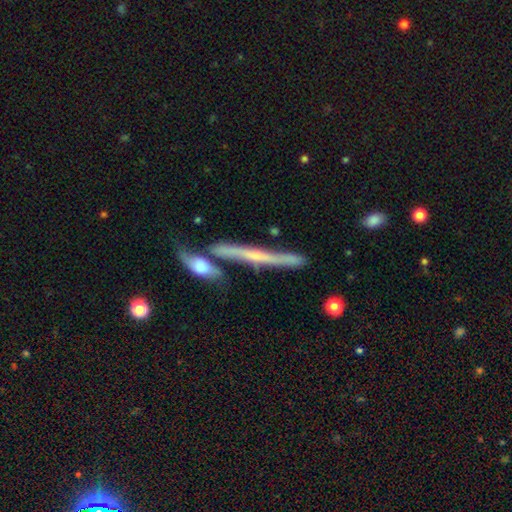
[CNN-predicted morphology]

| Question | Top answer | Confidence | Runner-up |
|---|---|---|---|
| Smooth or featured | featured or disk | 71% | smooth (22%) |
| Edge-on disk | yes | 92% | no (8%) |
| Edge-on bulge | rounded | 49% | none (42%) |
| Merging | none | 65% | merger (17%) |